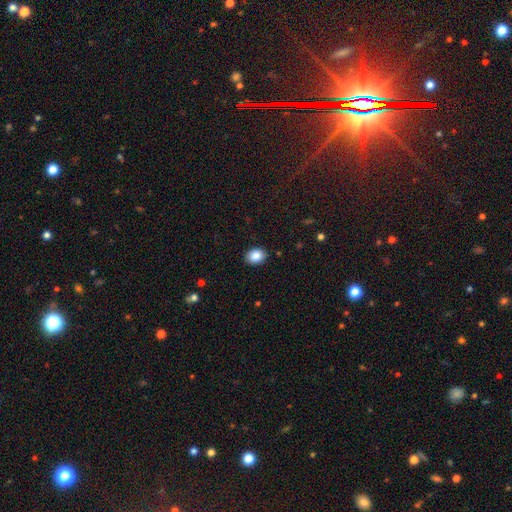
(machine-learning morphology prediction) Smooth or featured? Predicted: smooth (p=0.88). How rounded? Predicted: in between (p=0.67). Merging? Predicted: none (p=0.89).